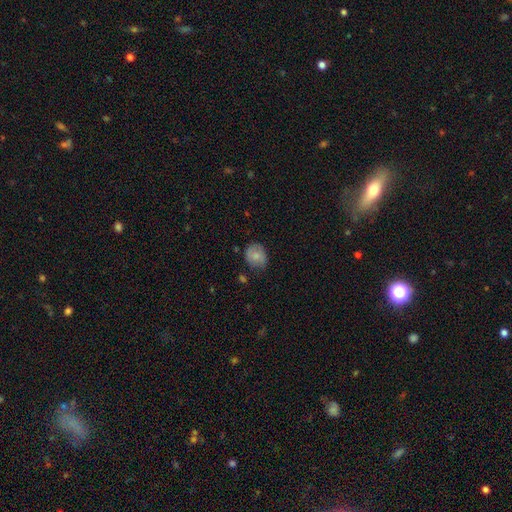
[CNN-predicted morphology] A smooth galaxy with no disk features (73%) that is round (61%). Merging: none (65%).